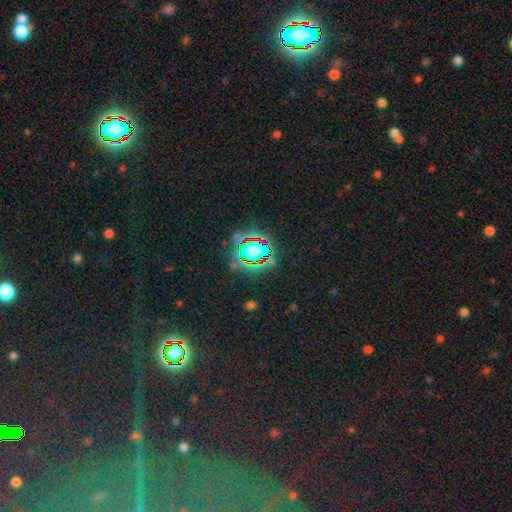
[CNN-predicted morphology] Smooth or featured: star or artifact — 70% (smooth — 20%)